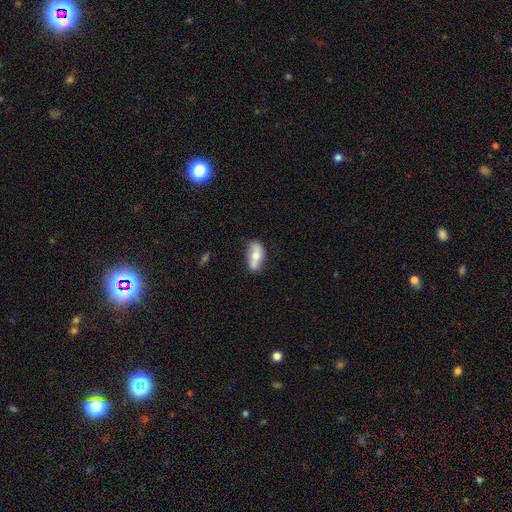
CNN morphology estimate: A smooth galaxy with no disk features (54%) that is in between round and cigar-shaped (86%). Merging: none (60%).